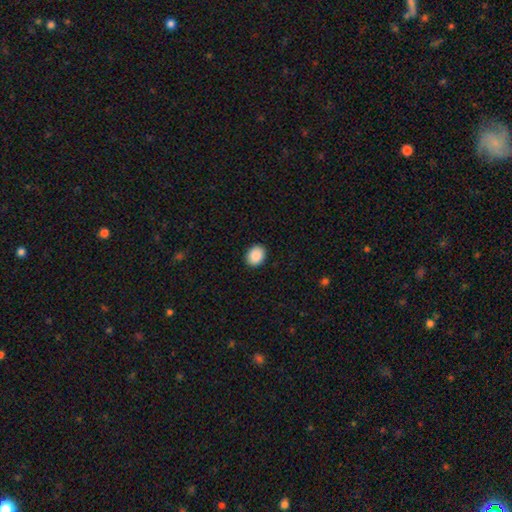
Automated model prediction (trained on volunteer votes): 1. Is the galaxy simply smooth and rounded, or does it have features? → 90% smooth, 8% star or artifact, 3% featured or disk.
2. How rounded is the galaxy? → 50% in between (tied), 50% round (tied), 1% cigar-shaped.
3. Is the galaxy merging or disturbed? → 91% none, 6% minor disturbance, 2% major disturbance, 1% merger.